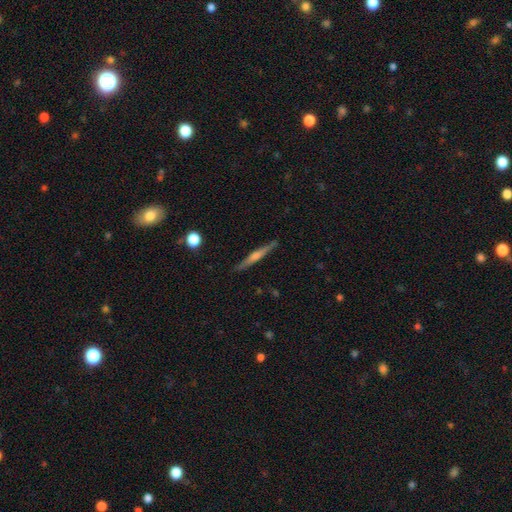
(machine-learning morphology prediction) This is likely a featured or disk galaxy (72%). It is clearly viewed edge-on (98%). Edge-on bulge: likely rounded (72%). Merging: clearly none (90%).